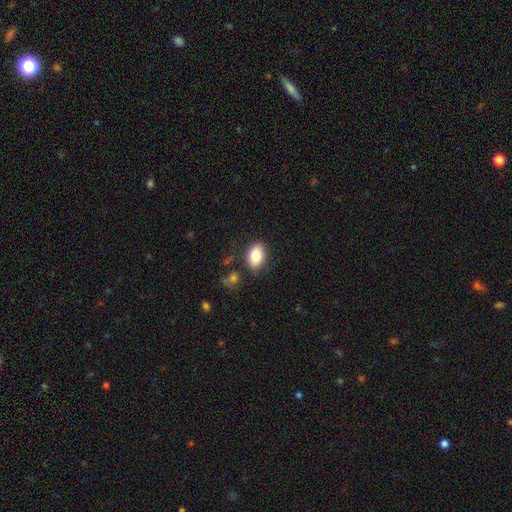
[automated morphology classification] type=smooth (84%); roundness=in between (83%); merging=none (80%).